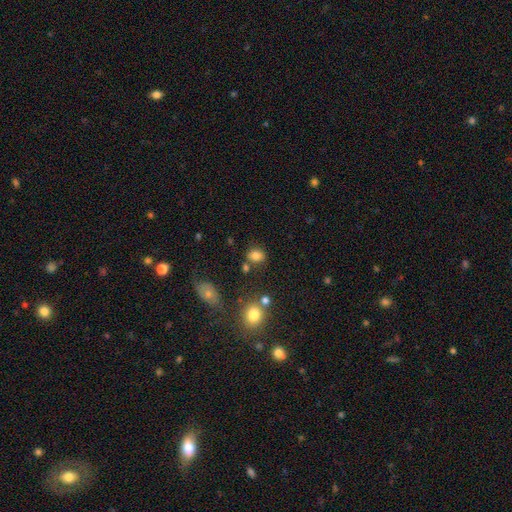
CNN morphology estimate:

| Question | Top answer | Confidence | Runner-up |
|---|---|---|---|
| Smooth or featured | smooth | 81% | star or artifact (12%) |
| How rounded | in between | 51% | round (47%) |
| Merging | none | 71% | minor disturbance (14%) |